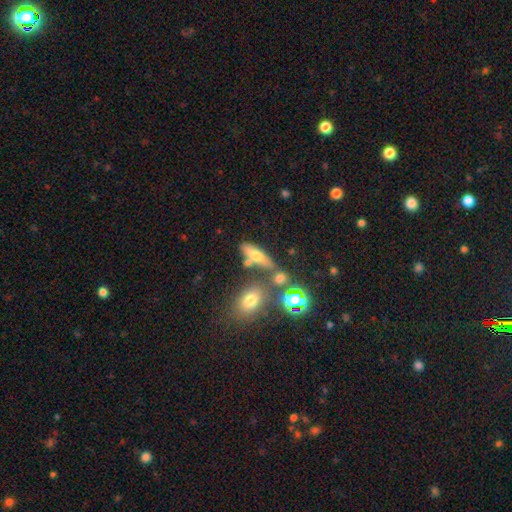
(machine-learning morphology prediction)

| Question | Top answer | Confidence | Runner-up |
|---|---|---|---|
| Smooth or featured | smooth | 59% | featured or disk (25%) |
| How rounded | in between | 48% | cigar-shaped (42%) |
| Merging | none | 59% | merger (21%) |